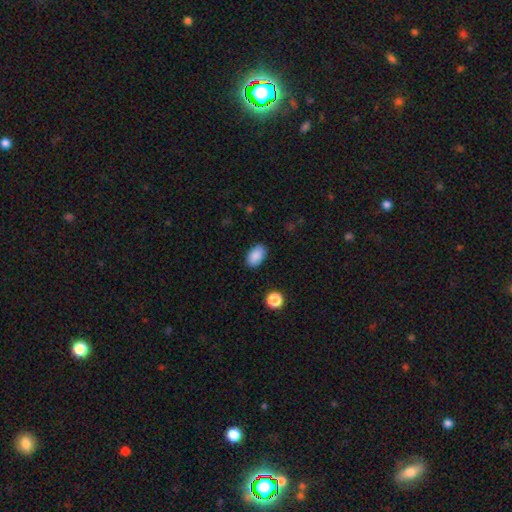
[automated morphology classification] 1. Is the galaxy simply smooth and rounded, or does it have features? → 89% smooth, 8% star or artifact, 4% featured or disk.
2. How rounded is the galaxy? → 92% in between, 6% round, 1% cigar-shaped.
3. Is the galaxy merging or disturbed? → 87% none, 9% minor disturbance, 2% major disturbance, 1% merger.